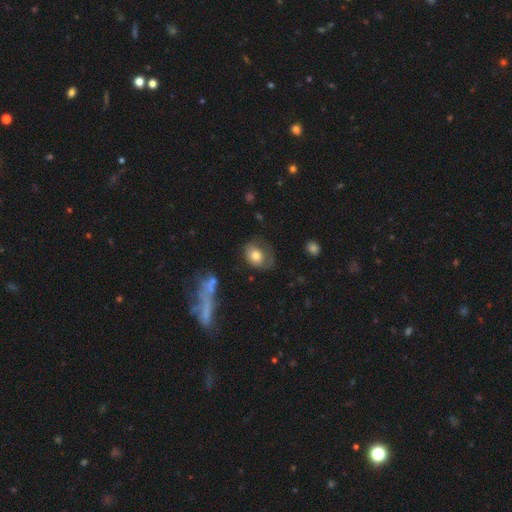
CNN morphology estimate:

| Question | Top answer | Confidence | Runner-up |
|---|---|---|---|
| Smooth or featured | smooth | 68% | featured or disk (24%) |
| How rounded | in between | 57% | round (42%) |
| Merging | none | 50% | minor disturbance (27%) |